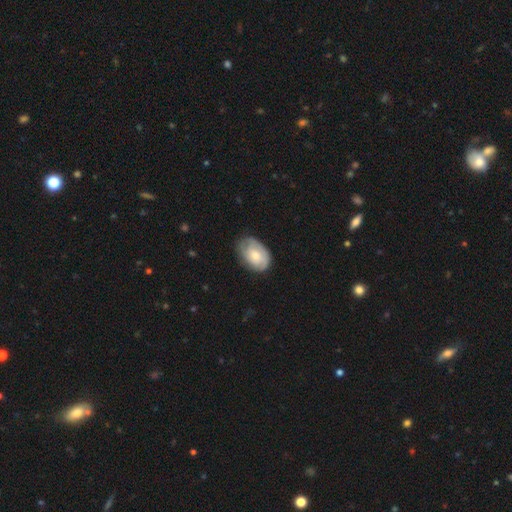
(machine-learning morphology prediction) Overall: smooth (55%; featured or disk 39%). How rounded: in between (85%). Merging: none (68%).